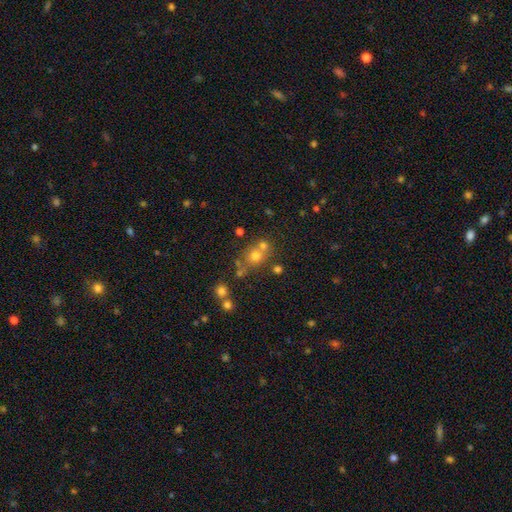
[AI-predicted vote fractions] Smooth or featured? smooth (61%)
How rounded? round (77%)
Merging? none (53%)